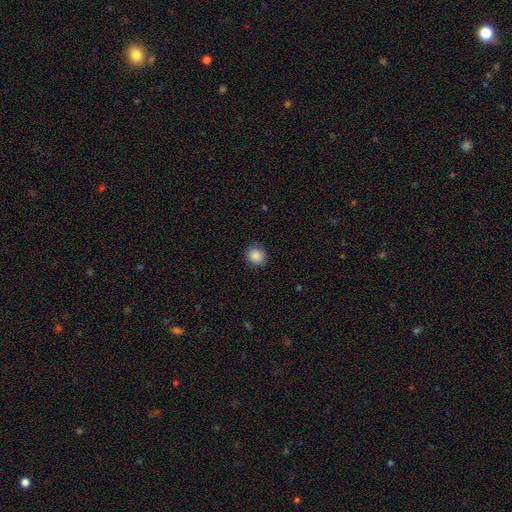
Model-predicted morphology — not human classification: smooth_or_featured: smooth (p=0.87) [alt: star or artifact p=0.09]
how_rounded: round (p=0.85) [alt: in between p=0.14]
merging: none (p=0.89) [alt: minor disturbance p=0.08]